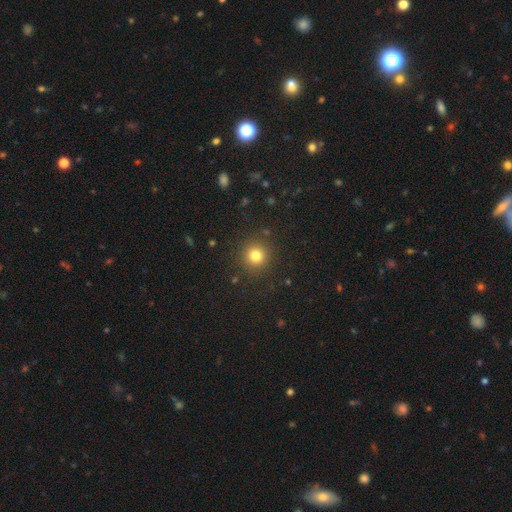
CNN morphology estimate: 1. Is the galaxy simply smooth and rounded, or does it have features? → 80% smooth, 14% star or artifact, 6% featured or disk.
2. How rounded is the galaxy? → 94% round, 5% in between, 1% cigar-shaped.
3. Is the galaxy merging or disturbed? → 90% none, 6% minor disturbance, 3% major disturbance, 1% merger.